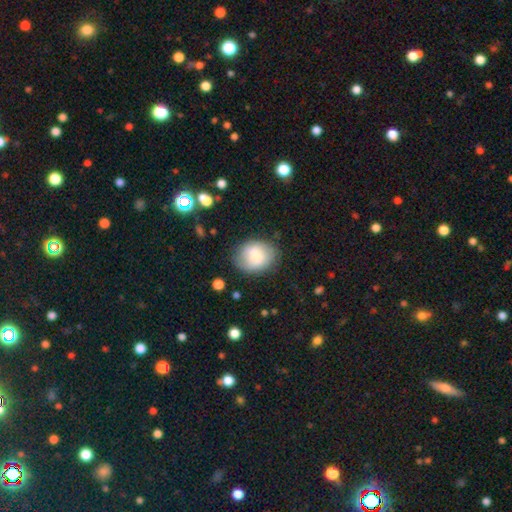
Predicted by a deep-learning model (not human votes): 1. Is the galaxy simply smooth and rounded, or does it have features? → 72% smooth, 20% featured or disk, 8% star or artifact.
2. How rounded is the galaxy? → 52% round, 47% in between, 1% cigar-shaped.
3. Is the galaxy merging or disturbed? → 75% none, 17% minor disturbance, 6% major disturbance, 2% merger.